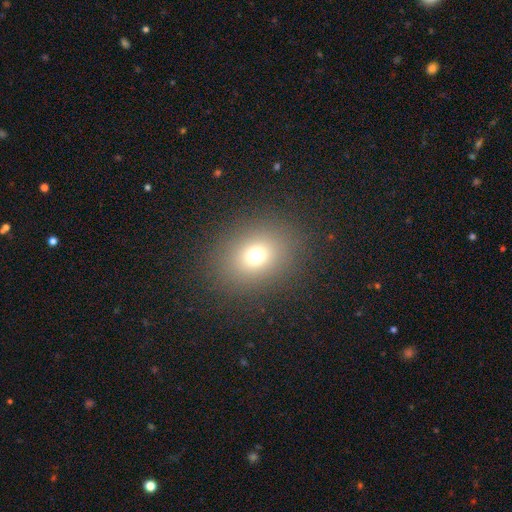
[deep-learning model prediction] Smooth or featured? Predicted: smooth (p=0.71). How rounded? Predicted: round (p=0.58). Merging? Predicted: none (p=0.86).